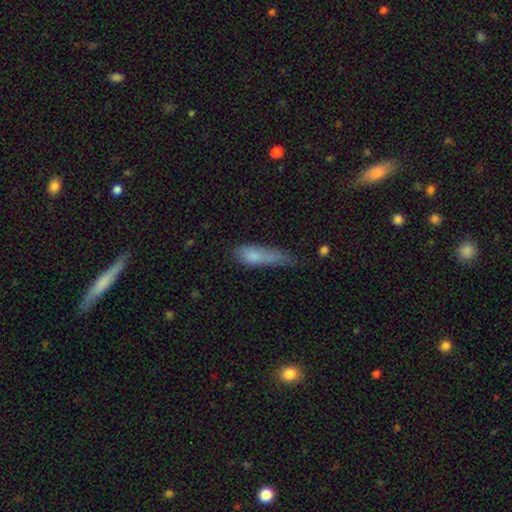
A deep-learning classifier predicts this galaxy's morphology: smooth 74%, featured or disk 17%, star or artifact 9%. Down the decision tree: how rounded — cigar-shaped (56%); merging — minor disturbance (35%).